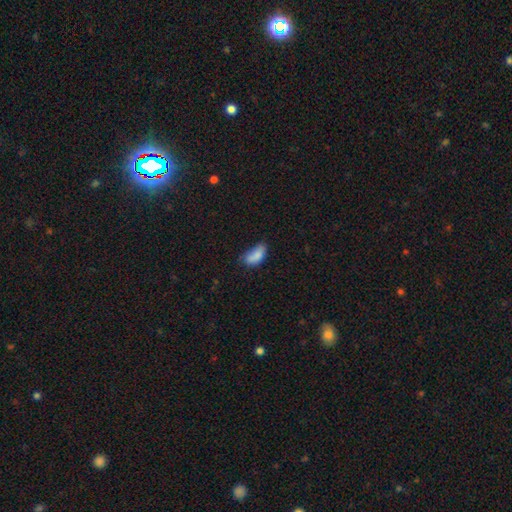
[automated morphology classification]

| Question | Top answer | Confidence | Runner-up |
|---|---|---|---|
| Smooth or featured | smooth | 82% | featured or disk (10%) |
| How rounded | in between | 91% | cigar-shaped (6%) |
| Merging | minor disturbance | 38% | tied: none (38%) |